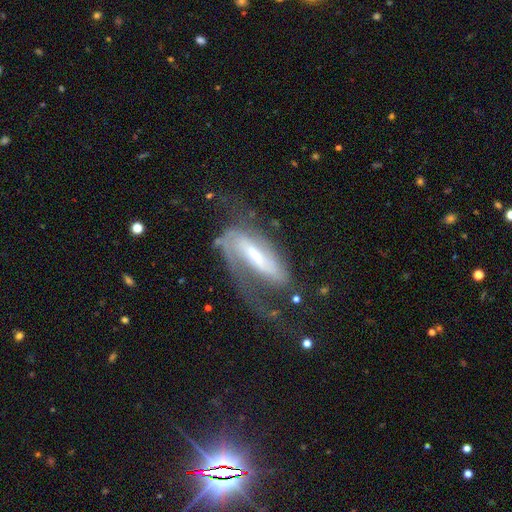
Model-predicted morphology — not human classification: The model was most divided on "spiral winding": medium: 40%, loose: 36%, tight: 24%. Remaining: spiral arms — yes (91%); edge-on disk — no (89%); smooth or featured — featured or disk (81%); spiral arm count — 2 (66%); bulge size — small (63%); bar — strong (49%); merging — none (41%).